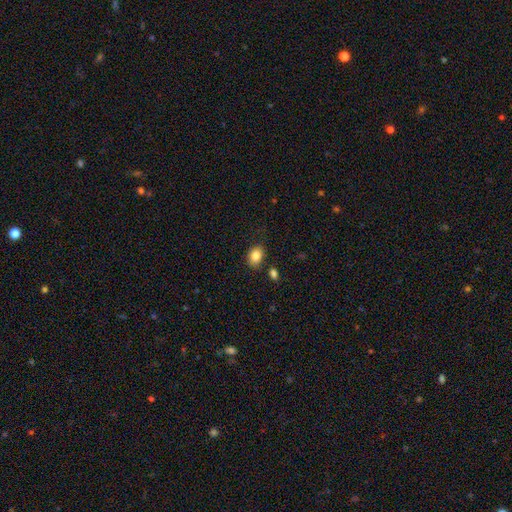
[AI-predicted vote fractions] Smooth or featured?
  - smooth: 84% *
  - star or artifact: 9%
  - featured or disk: 7%
How rounded?
  - in between: 72% *
  - round: 27%
  - cigar-shaped: 1%
Merging?
  - none: 81% *
  - minor disturbance: 12%
  - merger: 4%
  - major disturbance: 3%